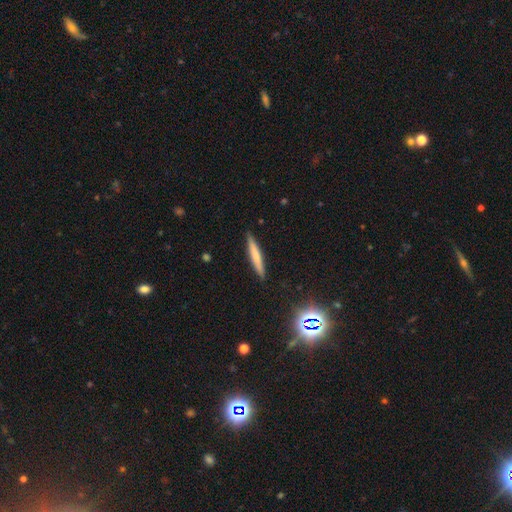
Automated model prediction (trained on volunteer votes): This appears to be a smooth galaxy with no disk features (63%) that is cigar-shaped (94%). Merging: none (90%).